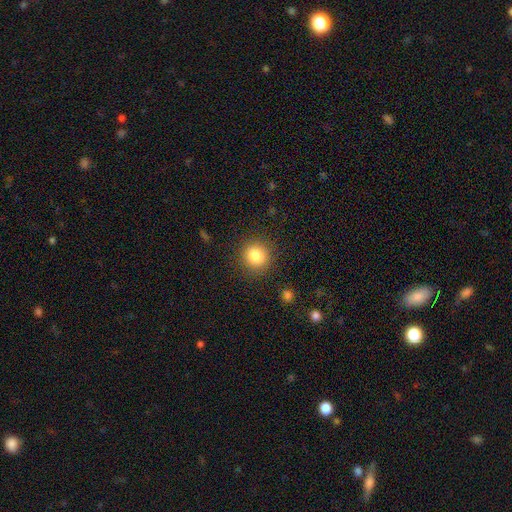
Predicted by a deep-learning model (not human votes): Smooth or featured: smooth — 84% (star or artifact — 11%)
How rounded: round — 91% (in between — 8%)
Merging: none — 88% (minor disturbance — 7%)